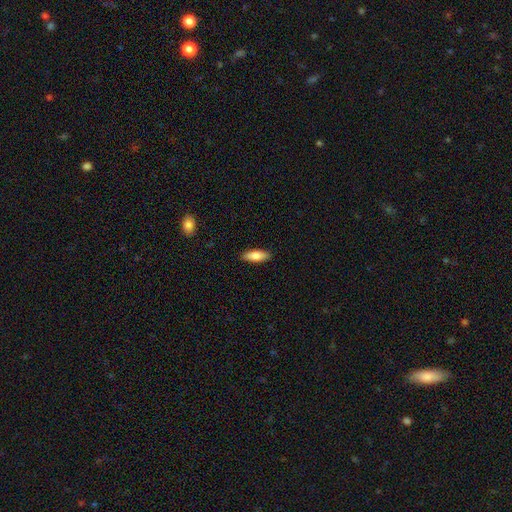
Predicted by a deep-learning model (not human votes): Smooth or featured? Predicted: smooth (p=0.83). How rounded? Predicted: in between (p=0.66). Merging? Predicted: none (p=0.89).